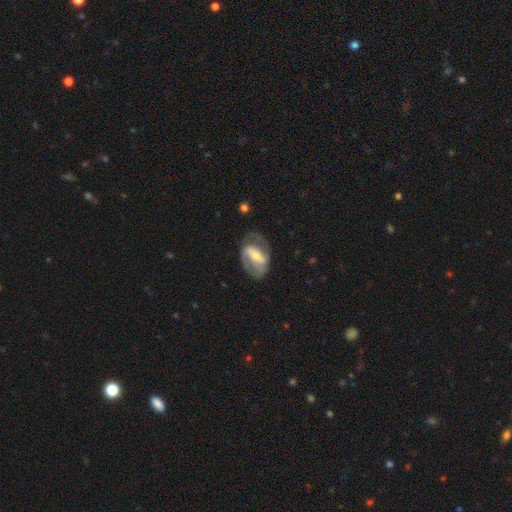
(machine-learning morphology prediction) type=featured or disk (76%); edge-on=no (95%); bar=strong (60%); spiral arms=yes (78%); winding=medium (45%); arm count=2 (79%); bulge=moderate (49%); merging=none (63%).